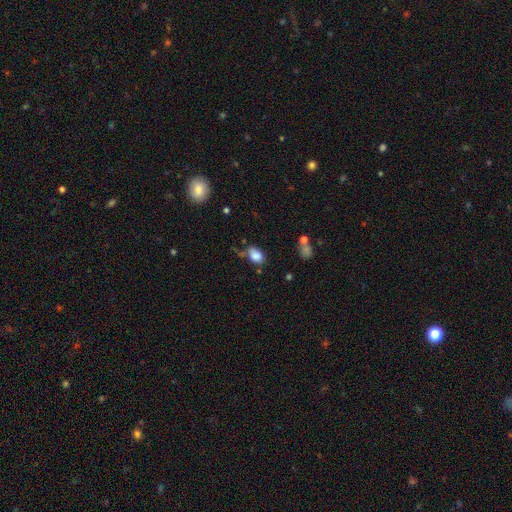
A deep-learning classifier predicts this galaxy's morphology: The model was most divided on "merging": none: 55%, minor disturbance: 27%, major disturbance: 9%, merger: 9%. More confident: smooth or featured — smooth (84%); how rounded — in between (82%).